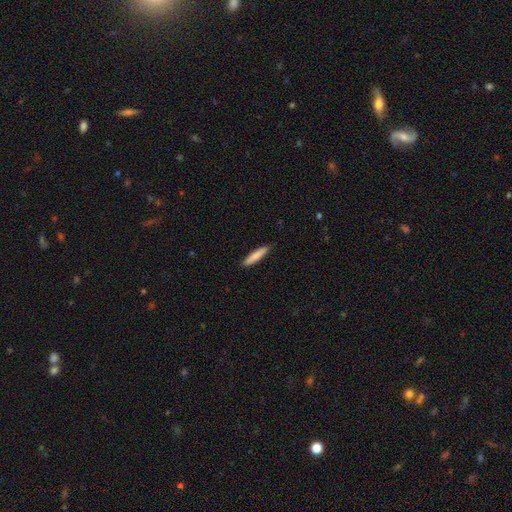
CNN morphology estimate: Q: Smooth or featured?
A: smooth (83%); runner-up: featured or disk (11%)
Q: How rounded?
A: cigar-shaped (90%); runner-up: in between (9%)
Q: Merging?
A: none (89%); runner-up: minor disturbance (8%)